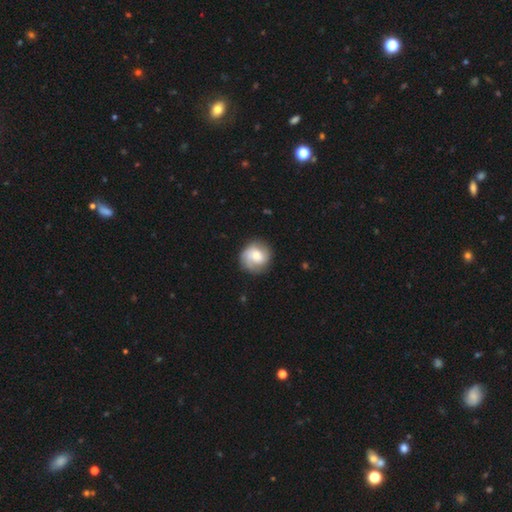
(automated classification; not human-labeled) Q: Smooth or featured?
A: featured or disk (47%); runner-up: smooth (46%)
Q: Merging?
A: none (77%); runner-up: minor disturbance (16%)